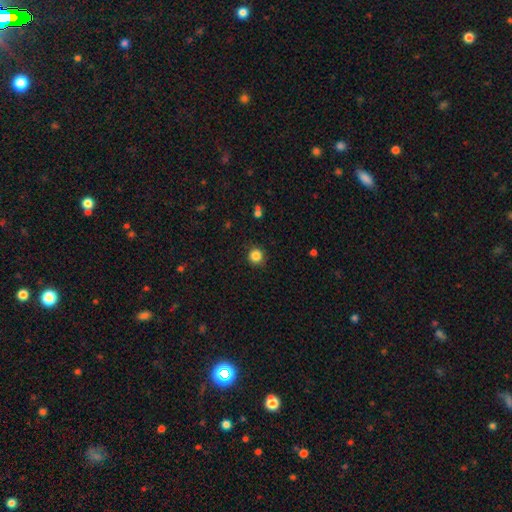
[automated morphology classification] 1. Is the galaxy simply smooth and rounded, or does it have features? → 85% smooth, 11% star or artifact, 4% featured or disk.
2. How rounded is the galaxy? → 94% round, 5% in between, 1% cigar-shaped.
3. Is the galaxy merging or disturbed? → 89% none, 7% minor disturbance, 2% major disturbance, 1% merger.